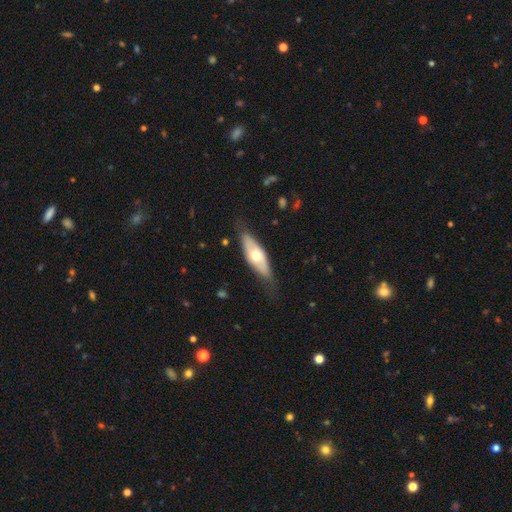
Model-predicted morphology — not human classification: This appears to be a smooth galaxy with no disk features (49%). Merging: none (71%).